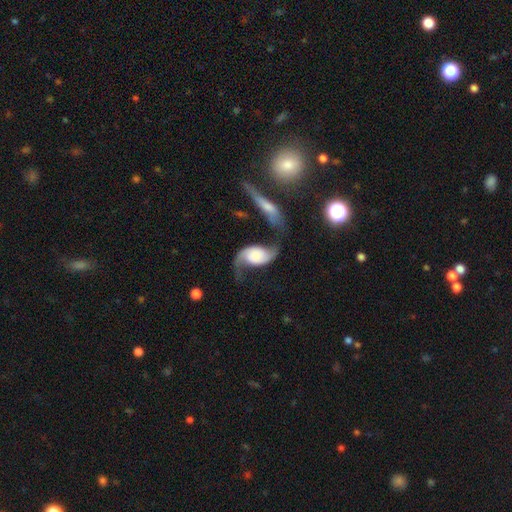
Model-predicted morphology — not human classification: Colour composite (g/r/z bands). It shows a featured or disk galaxy (79%) with no bar (64%), 2 (90%) loose (76%) spiral arms (94%) and a moderate central bulge (28%). Merging: none (42%).